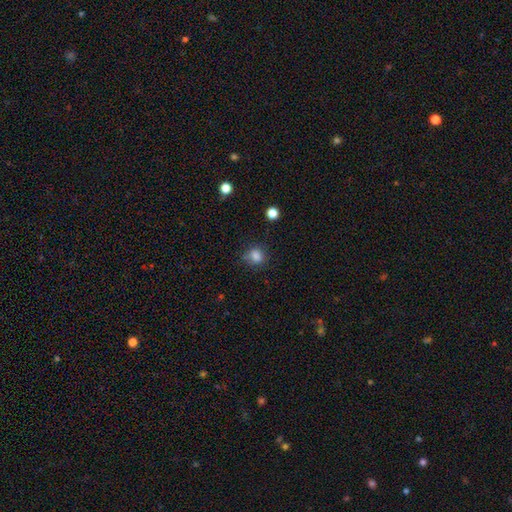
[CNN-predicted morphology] Smooth or featured? smooth (82%)
How rounded? round (68%)
Merging? none (65%)